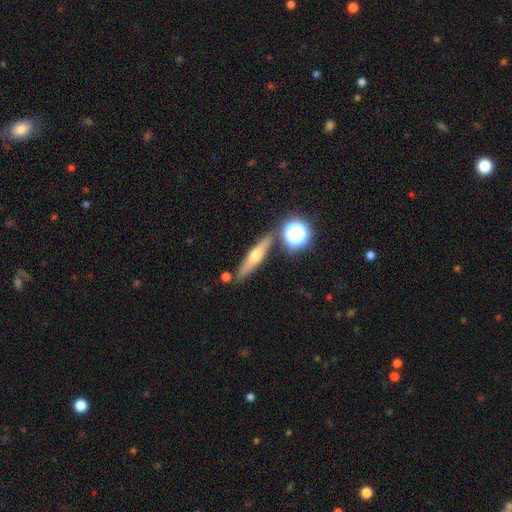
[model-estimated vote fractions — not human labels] Smooth or featured? Predicted: featured or disk (p=0.53). Edge-on disk? Predicted: yes (p=0.90). Merging? Predicted: none (p=0.82).